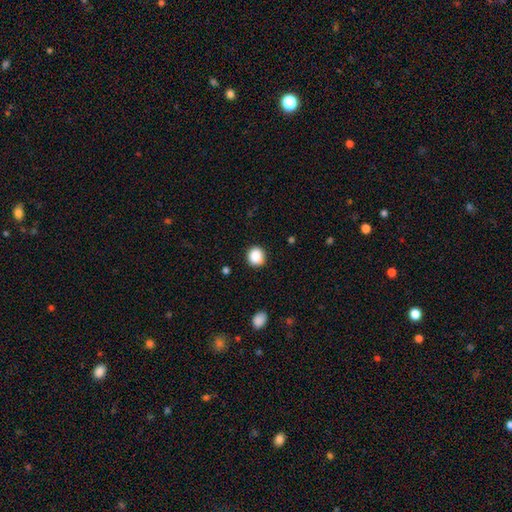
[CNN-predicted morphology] Smooth or featured?
  - smooth: 88% *
  - star or artifact: 9%
  - featured or disk: 3%
How rounded?
  - round: 87% *
  - in between: 12%
  - cigar-shaped: 1%
Merging?
  - none: 88% *
  - minor disturbance: 8%
  - major disturbance: 2%
  - merger: 1%